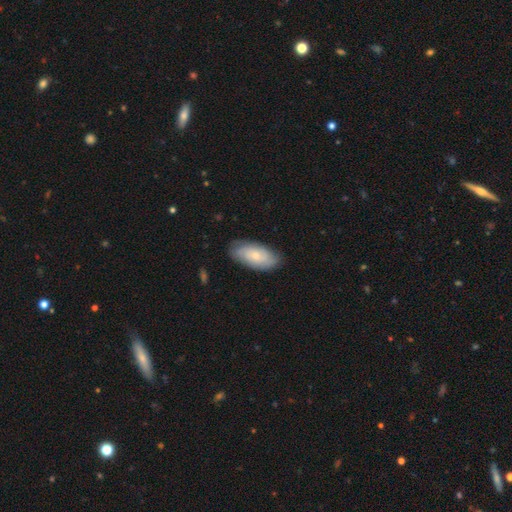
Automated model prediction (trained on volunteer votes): This is possibly a smooth galaxy (52%). How rounded: clearly in between (89%). Merging: likely none (79%).